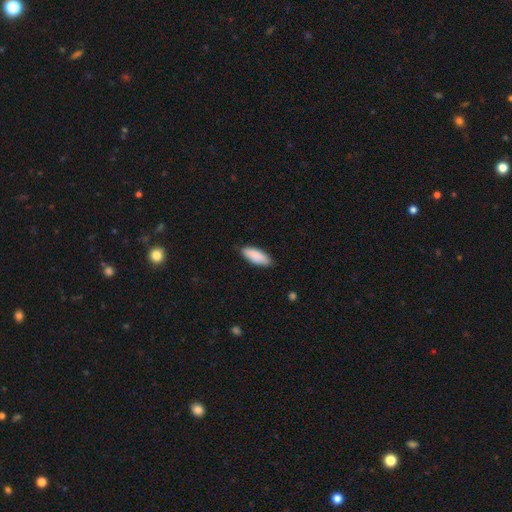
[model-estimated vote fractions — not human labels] Smooth or featured?
  - smooth: 89% *
  - featured or disk: 6%
  - star or artifact: 5%
How rounded?
  - in between: 74% *
  - cigar-shaped: 25%
  - round: 2%
Merging?
  - none: 85% *
  - minor disturbance: 12%
  - major disturbance: 2%
  - merger: 1%